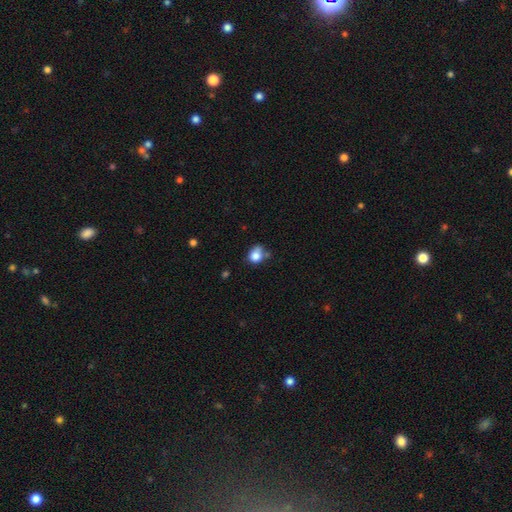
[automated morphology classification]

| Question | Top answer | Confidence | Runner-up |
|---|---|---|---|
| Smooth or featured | smooth | 82% | star or artifact (10%) |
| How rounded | round | 63% | in between (36%) |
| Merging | none | 51% | minor disturbance (28%) |